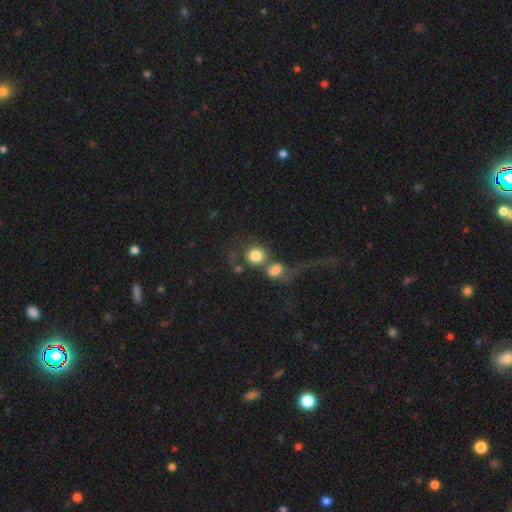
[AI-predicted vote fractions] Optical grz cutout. It shows a smooth galaxy with no disk features (79%) that is round (83%). Merging: merger (46%).